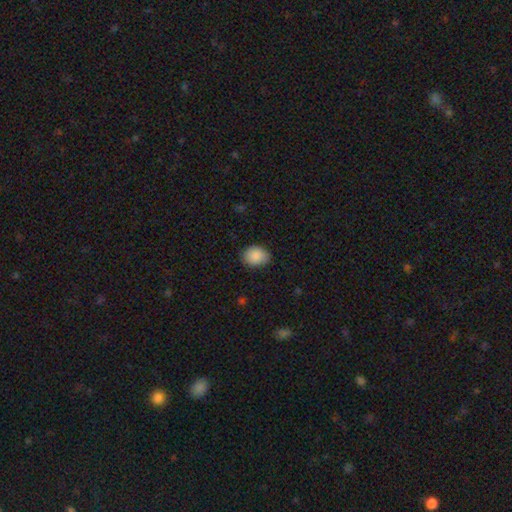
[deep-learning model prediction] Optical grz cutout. It shows a smooth galaxy with no disk features (89%) that is in between round and cigar-shaped (54%). Merging: none (82%).